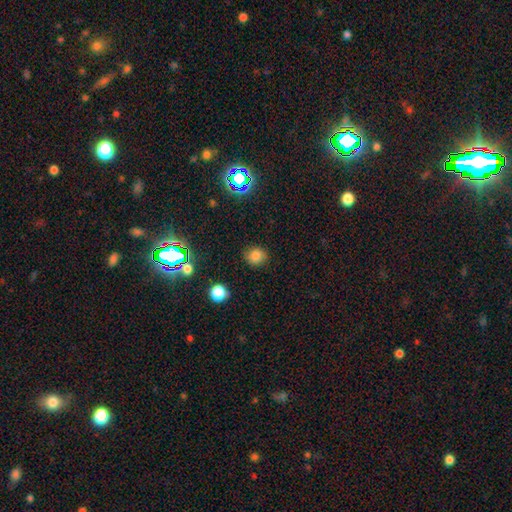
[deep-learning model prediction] Smooth or featured? Predicted: smooth (p=0.79). How rounded? Predicted: round (p=0.78). Merging? Predicted: none (p=0.87).